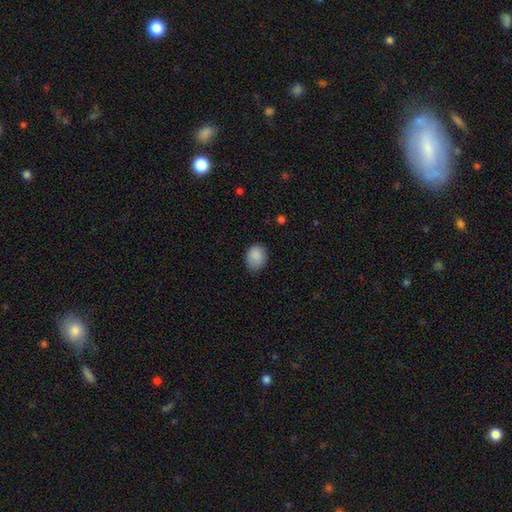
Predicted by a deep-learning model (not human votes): smooth 88%, star or artifact 8%, featured or disk 5%. Down the decision tree: how rounded — in between (52%); merging — none (73%).